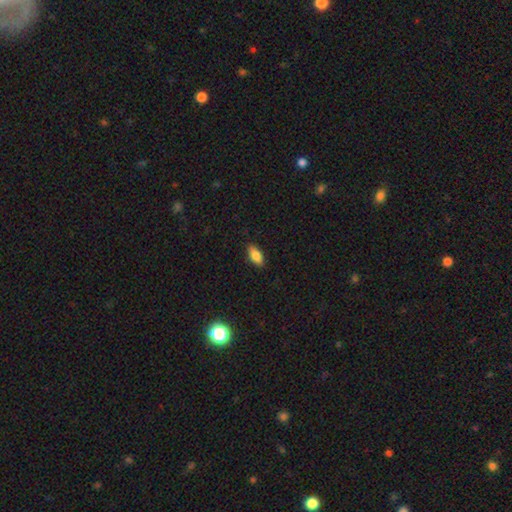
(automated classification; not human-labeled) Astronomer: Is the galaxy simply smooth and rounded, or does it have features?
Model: smooth — 83%.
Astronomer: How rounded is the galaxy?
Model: in between — 85%.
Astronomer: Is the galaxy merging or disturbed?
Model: none — 87%.